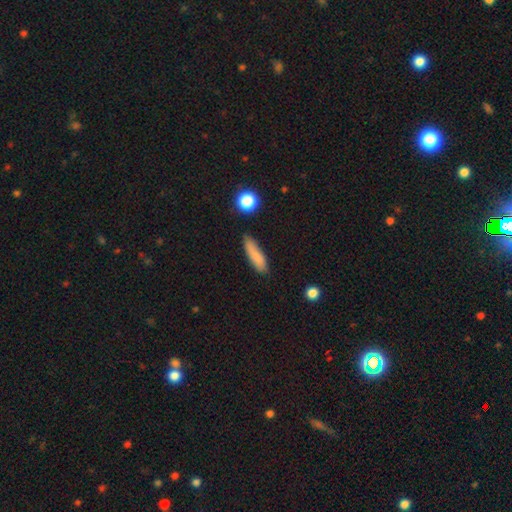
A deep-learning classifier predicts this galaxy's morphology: Smooth or featured: smooth — 82% (featured or disk — 10%)
How rounded: cigar-shaped — 69% (in between — 29%)
Merging: none — 75% (minor disturbance — 18%)